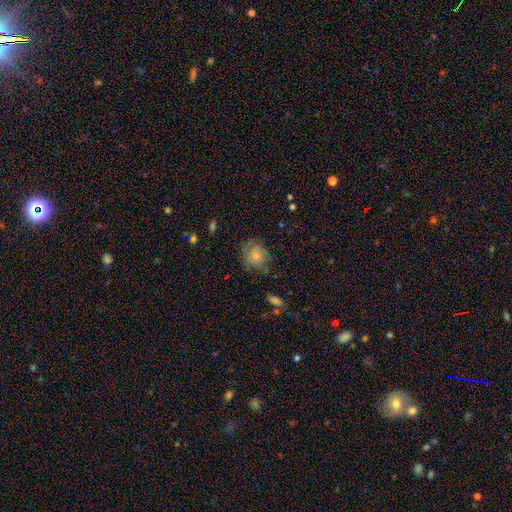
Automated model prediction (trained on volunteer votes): A smooth galaxy with no disk features (67%) that is round (82%).

Vote fractions:
- Smooth or featured? smooth: 67% / featured or disk: 24% / star or artifact: 9%
- How rounded? round: 82% / in between: 17% / cigar-shaped: 1%
- Merging? none: 63% / minor disturbance: 24% / major disturbance: 10% / merger: 2%